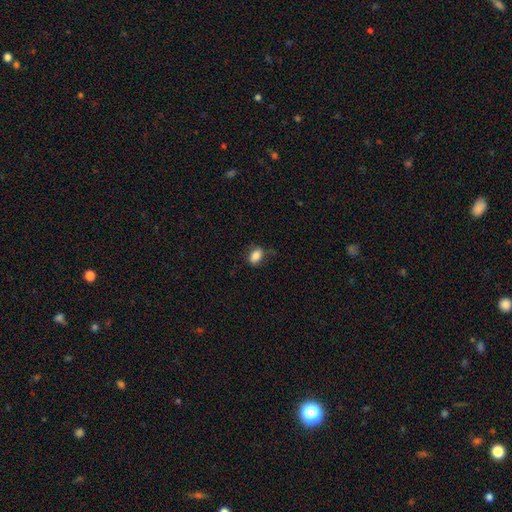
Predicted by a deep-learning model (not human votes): This is clearly a smooth galaxy (84%). How rounded: clearly in between (84%). Merging: likely none (70%).